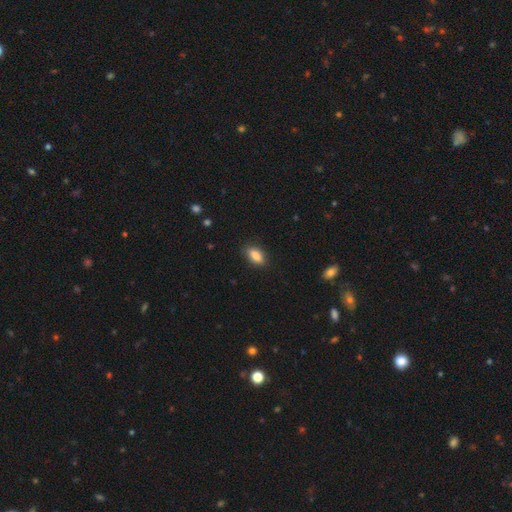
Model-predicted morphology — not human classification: Overall: smooth (85%). How rounded: in between (86%). Merging: none (84%).